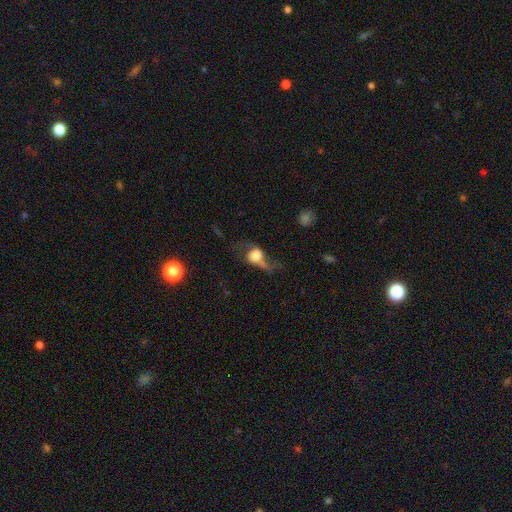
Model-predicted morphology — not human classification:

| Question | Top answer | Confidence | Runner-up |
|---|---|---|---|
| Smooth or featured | smooth | 52% | featured or disk (38%) |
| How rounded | round | 63% | in between (34%) |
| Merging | major disturbance | 48% | none (26%) |